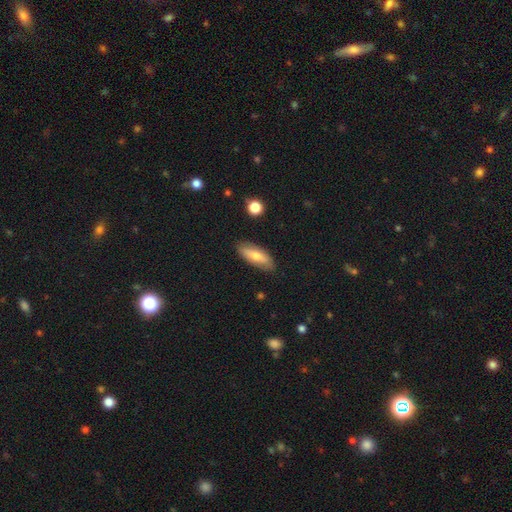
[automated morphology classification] Smooth or featured: smooth — 69% (featured or disk — 25%)
How rounded: in between — 66% (cigar-shaped — 31%)
Merging: none — 84% (minor disturbance — 12%)